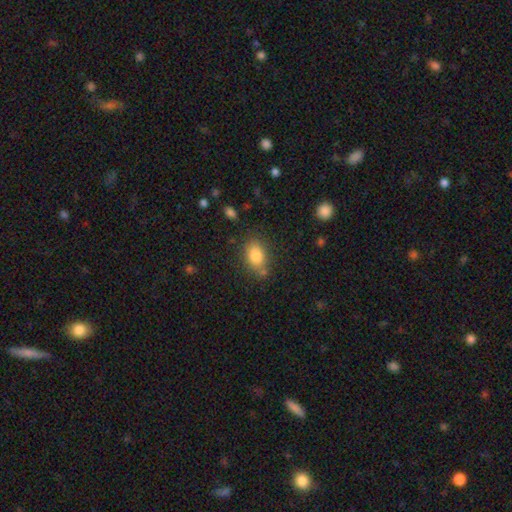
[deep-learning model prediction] Overall: smooth (83%). How rounded: in between (82%). Merging: none (72%).